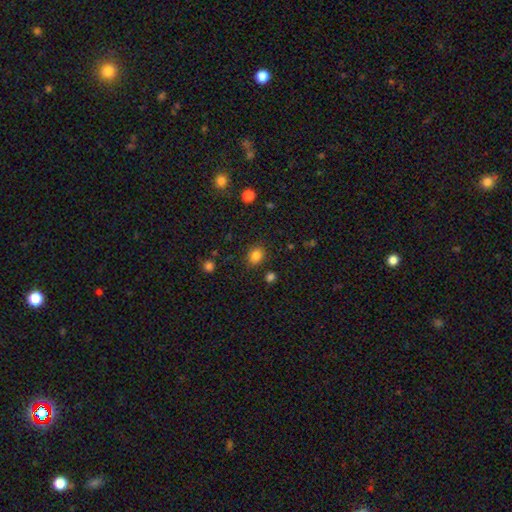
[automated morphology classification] smooth_or_featured: smooth (p=0.83) [alt: star or artifact p=0.12]
how_rounded: round (p=0.50) [alt: in between p=0.49]
merging: none (p=0.83) [alt: minor disturbance p=0.11]